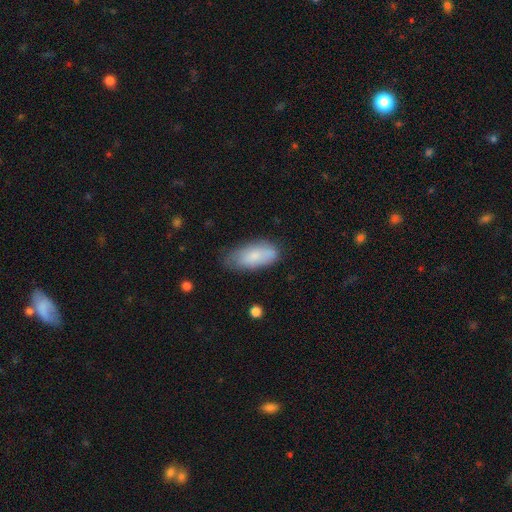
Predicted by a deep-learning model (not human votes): smooth_or_featured: smooth (p=0.78) [alt: featured or disk p=0.16]
how_rounded: in between (p=0.89) [alt: cigar-shaped p=0.09]
merging: none (p=0.65) [alt: minor disturbance p=0.28]